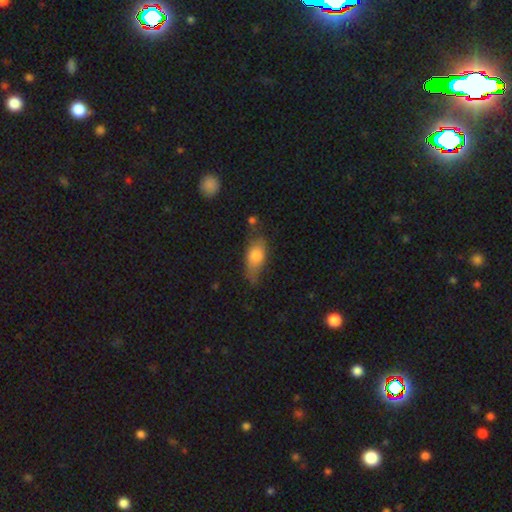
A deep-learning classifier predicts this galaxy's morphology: Overall: smooth (70%). How rounded: in between (81%). Merging: none (51%; minor disturbance 32%).